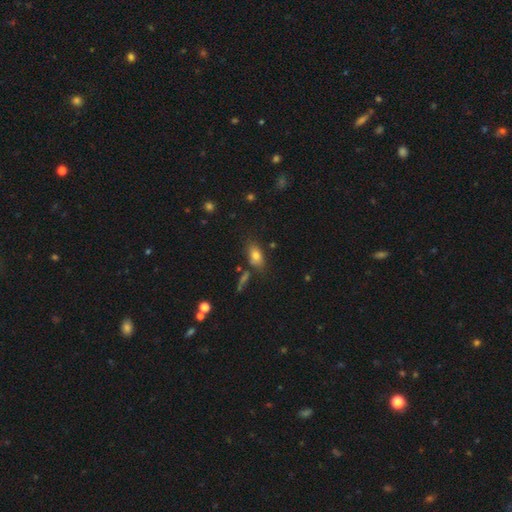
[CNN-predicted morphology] Overall: smooth (77%). How rounded: in between (85%). Merging: none (72%).